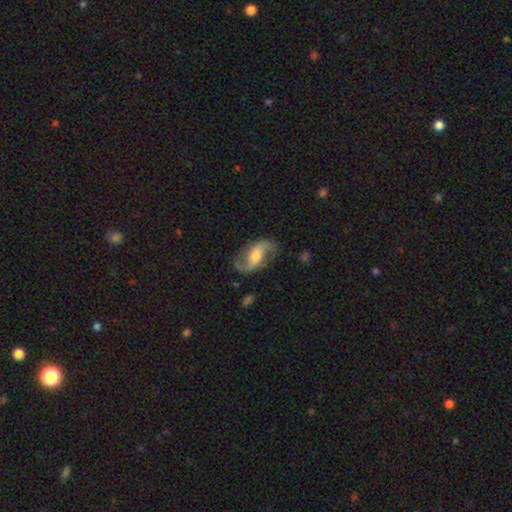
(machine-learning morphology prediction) Overall: featured or disk (85%). Edge-on disk: no (96%). Bar: weak (43%; no 29%). Spiral arms: yes (96%). Spiral arm count: 2 (92%). Spiral winding: loose (59%; medium 33%). Bulge size: moderate (56%; small 28%). Merging: none (78%).